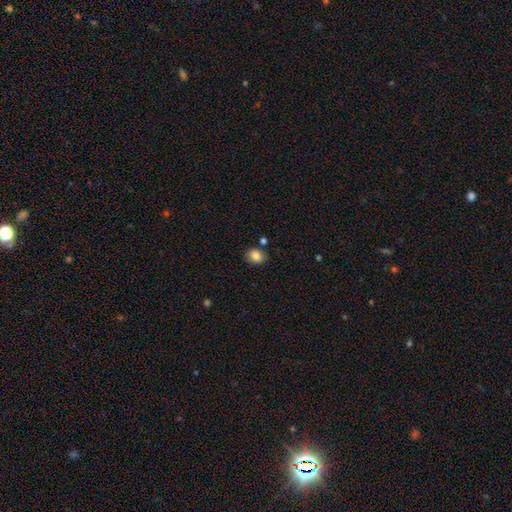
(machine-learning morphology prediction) smooth 85%, star or artifact 9%, featured or disk 6%. Down the decision tree: how rounded — in between (58%); merging — none (79%).